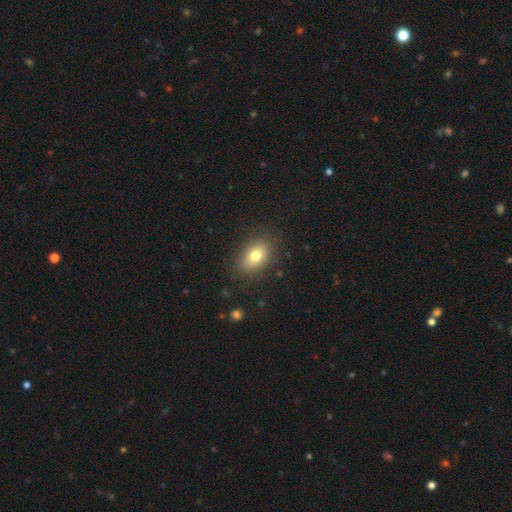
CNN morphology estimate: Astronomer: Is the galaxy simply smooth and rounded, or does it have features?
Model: smooth — 77%.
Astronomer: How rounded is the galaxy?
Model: in between — 81%.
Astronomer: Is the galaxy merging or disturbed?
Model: none — 85%.